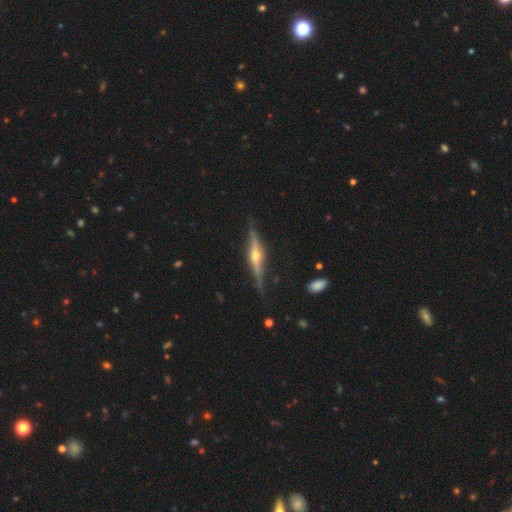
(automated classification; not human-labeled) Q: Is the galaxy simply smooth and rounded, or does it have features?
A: featured or disk — 83%.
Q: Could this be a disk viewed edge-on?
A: yes — 97%.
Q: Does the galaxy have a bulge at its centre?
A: rounded — 91%.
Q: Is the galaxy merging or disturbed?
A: none — 85%.